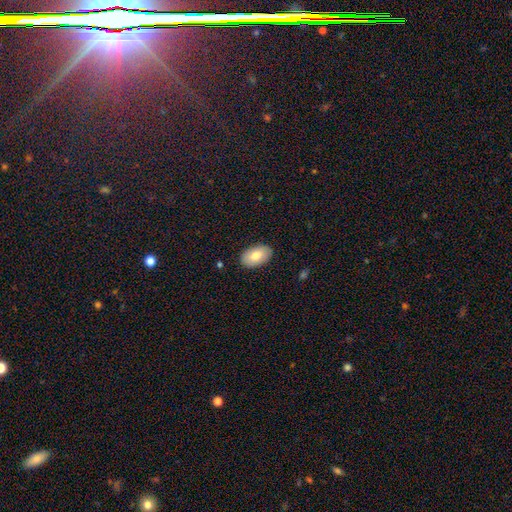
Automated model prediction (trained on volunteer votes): A smooth galaxy with no disk features (77%) that is in between round and cigar-shaped (93%).

Vote fractions:
- Smooth or featured? smooth: 77% / featured or disk: 17% / star or artifact: 6%
- How rounded? in between: 93% / round: 5% / cigar-shaped: 1%
- Merging? none: 88% / minor disturbance: 9% / major disturbance: 2% / merger: 1%